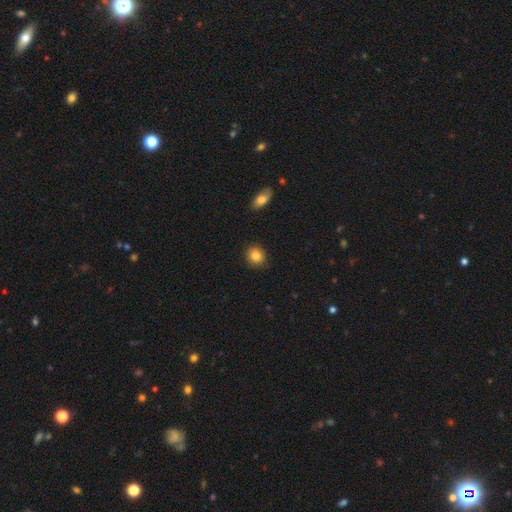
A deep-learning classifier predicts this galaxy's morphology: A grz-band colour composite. It shows a smooth galaxy with no disk features (85%) that is round (85%). Merging: none (88%).